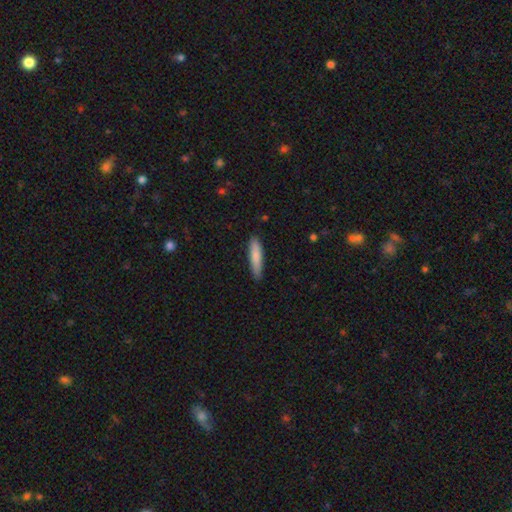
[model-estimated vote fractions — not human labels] Overall: smooth (83%). How rounded: cigar-shaped (81%). Merging: none (86%).